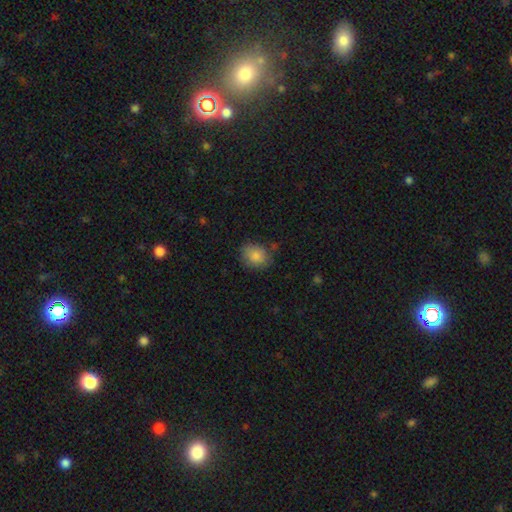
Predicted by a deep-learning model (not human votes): This appears to be a smooth galaxy with no disk features (84%) that is round (60%). Merging: none (75%).